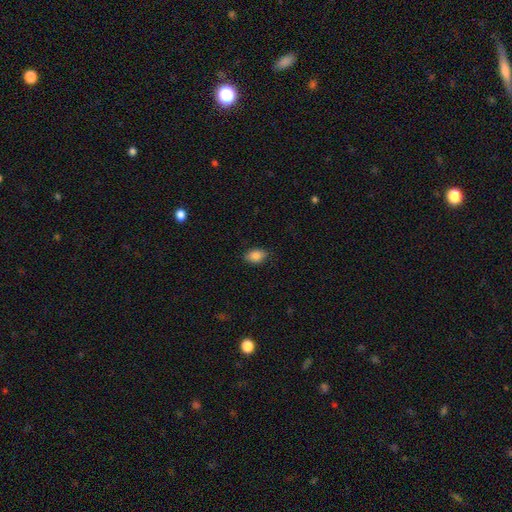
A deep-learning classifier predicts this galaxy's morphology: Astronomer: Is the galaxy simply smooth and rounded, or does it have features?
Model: smooth — 87%.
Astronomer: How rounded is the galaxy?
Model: in between — 84%.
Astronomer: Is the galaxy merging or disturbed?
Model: none — 84%.